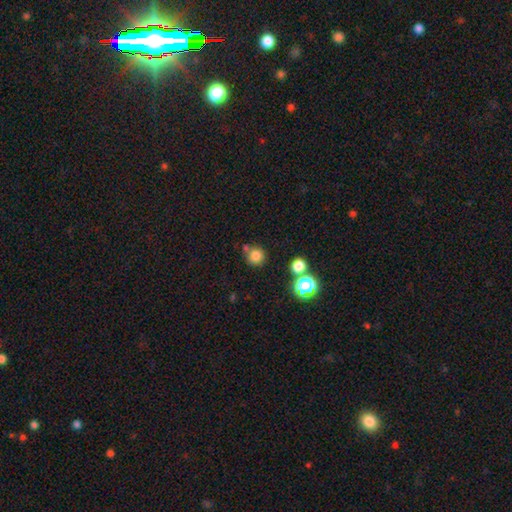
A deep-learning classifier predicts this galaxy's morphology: Smooth or featured: smooth — 79% (star or artifact — 15%)
How rounded: round — 92% (in between — 7%)
Merging: none — 72% (merger — 15%)